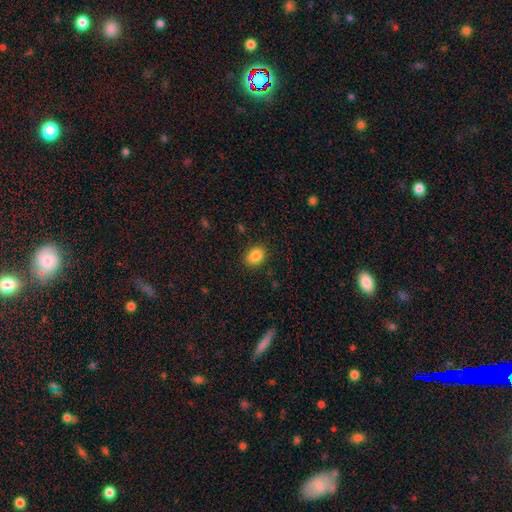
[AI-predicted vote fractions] Q: Smooth or featured?
A: smooth (86%); runner-up: star or artifact (9%)
Q: How rounded?
A: in between (63%); runner-up: round (36%)
Q: Merging?
A: none (88%); runner-up: minor disturbance (9%)